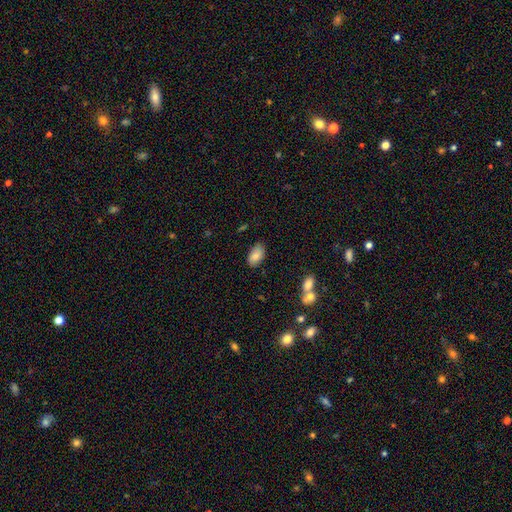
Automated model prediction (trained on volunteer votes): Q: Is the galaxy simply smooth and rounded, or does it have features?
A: smooth — 83%.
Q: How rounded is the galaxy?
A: in between — 94%.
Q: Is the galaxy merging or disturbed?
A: none — 79%.